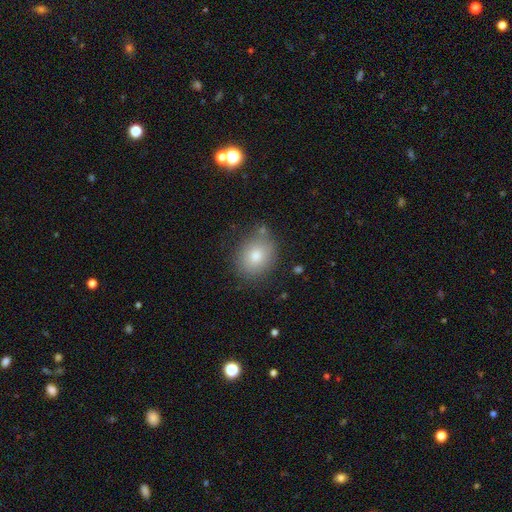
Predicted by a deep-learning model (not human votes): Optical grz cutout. It shows a smooth galaxy with no disk features (78%) that is round (56%). Merging: none (77%).